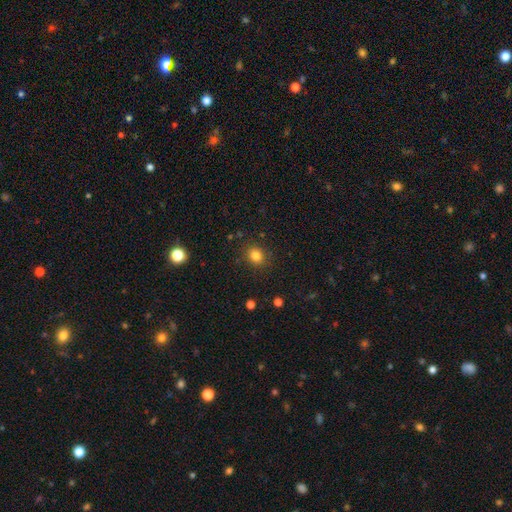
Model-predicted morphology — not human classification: Q: Smooth or featured?
A: smooth (83%); runner-up: star or artifact (12%)
Q: How rounded?
A: round (74%); runner-up: in between (25%)
Q: Merging?
A: none (87%); runner-up: minor disturbance (9%)